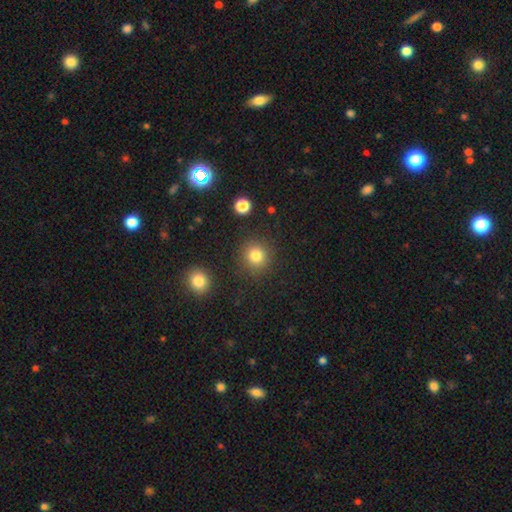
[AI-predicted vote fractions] Overall: smooth (81%). How rounded: round (91%). Merging: none (87%).